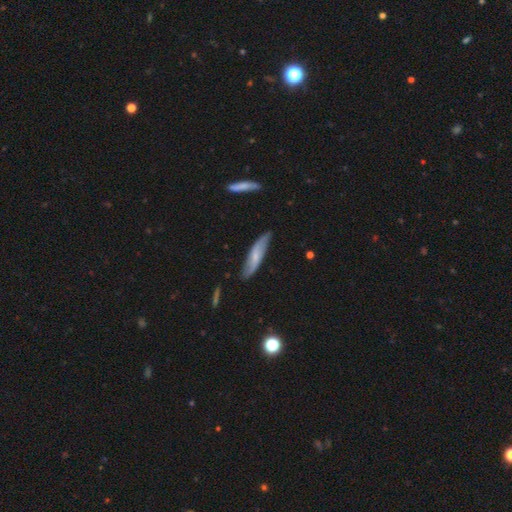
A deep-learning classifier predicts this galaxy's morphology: smooth_or_featured: featured or disk (p=0.48) [alt: smooth p=0.46]
merging: none (p=0.77) [alt: minor disturbance p=0.18]